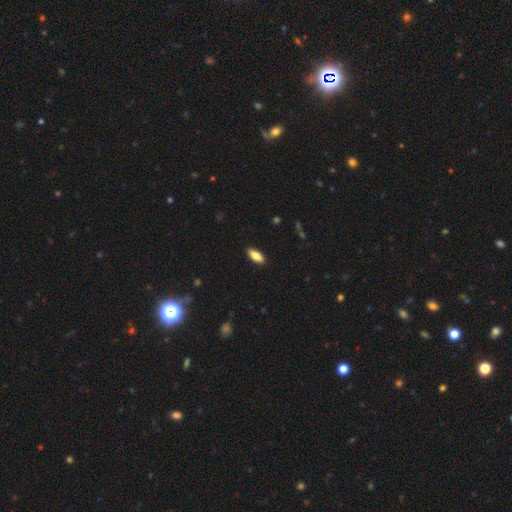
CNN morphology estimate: Overall: smooth (81%). How rounded: in between (82%). Merging: none (90%).